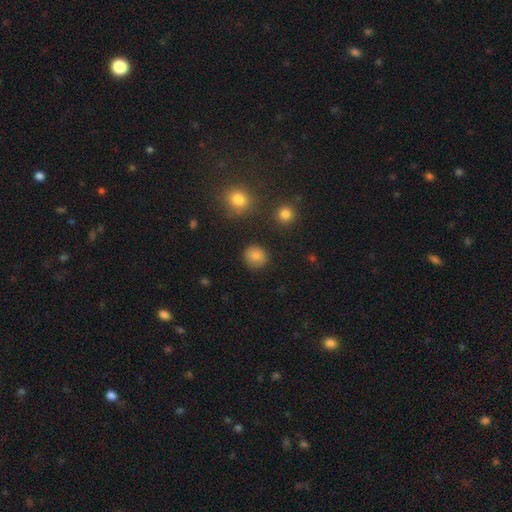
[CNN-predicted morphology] A smooth galaxy with no disk features (82%) that is round (88%). Merging: none (88%).